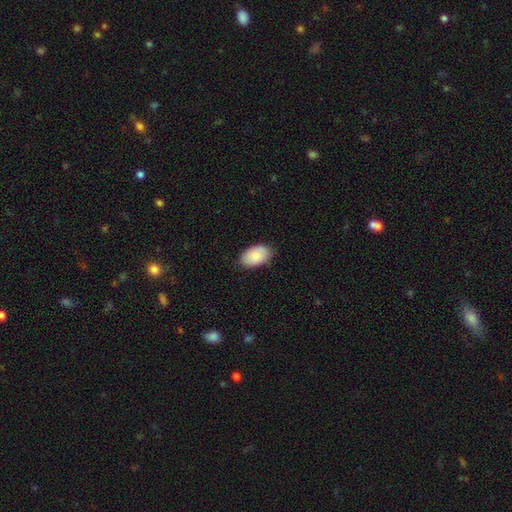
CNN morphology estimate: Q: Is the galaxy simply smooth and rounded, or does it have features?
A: smooth — 87%.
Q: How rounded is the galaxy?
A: in between — 94%.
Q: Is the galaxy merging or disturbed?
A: none — 83%.